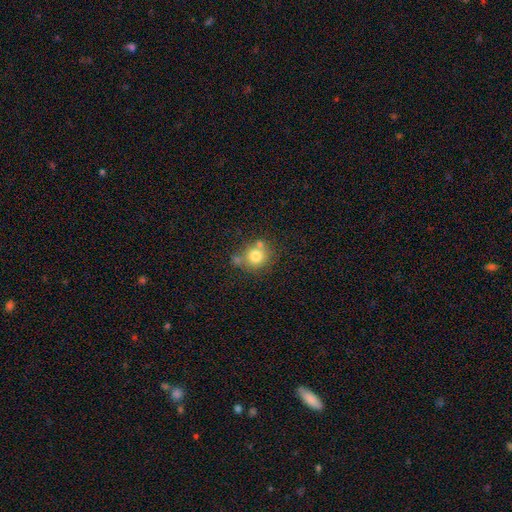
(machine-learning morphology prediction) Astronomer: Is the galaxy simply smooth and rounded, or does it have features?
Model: smooth — 77%.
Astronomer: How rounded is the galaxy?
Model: round — 85%.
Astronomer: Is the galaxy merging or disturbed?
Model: none — 57%.